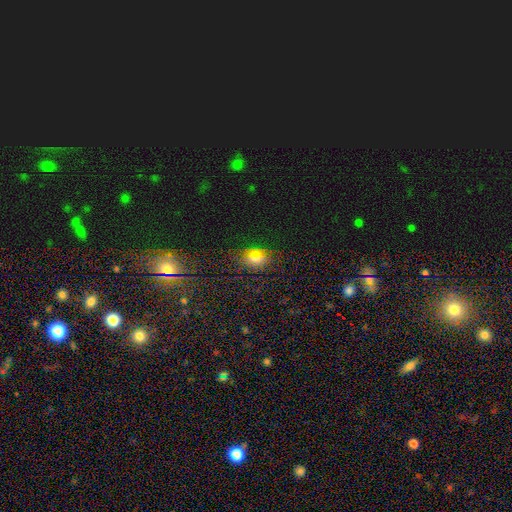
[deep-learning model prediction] Q: Smooth or featured?
A: smooth (53%); runner-up: star or artifact (36%)
Q: How rounded?
A: in between (56%); runner-up: round (41%)
Q: Merging?
A: none (81%); runner-up: minor disturbance (12%)